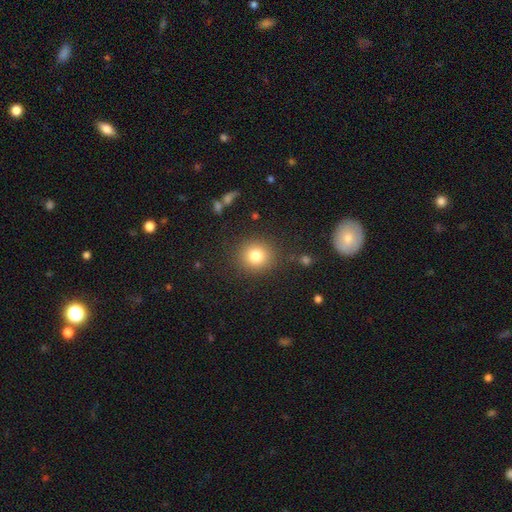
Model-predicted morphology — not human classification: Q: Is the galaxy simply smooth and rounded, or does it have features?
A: smooth — 80%.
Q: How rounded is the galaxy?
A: round — 88%.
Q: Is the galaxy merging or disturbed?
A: none — 88%.